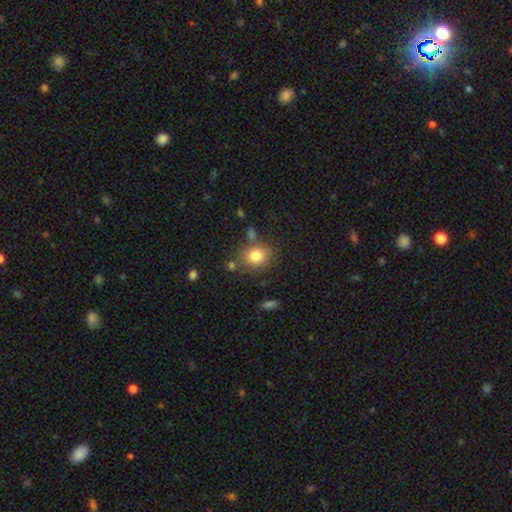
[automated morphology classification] smooth-or-featured: smooth: 81% | star or artifact: 10% | featured or disk: 9%
  how-rounded: round: 58% | in between: 41% | cigar-shaped: 1%
  merging: none: 72% | minor disturbance: 14% | merger: 9% | major disturbance: 5%